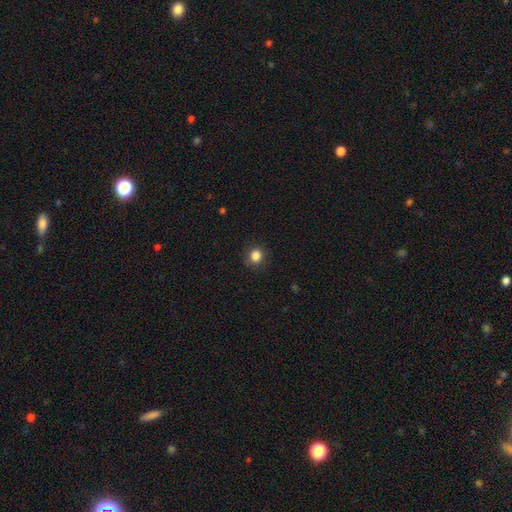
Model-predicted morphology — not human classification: A smooth galaxy with no disk features (85%) that is round (81%). Merging: none (86%).